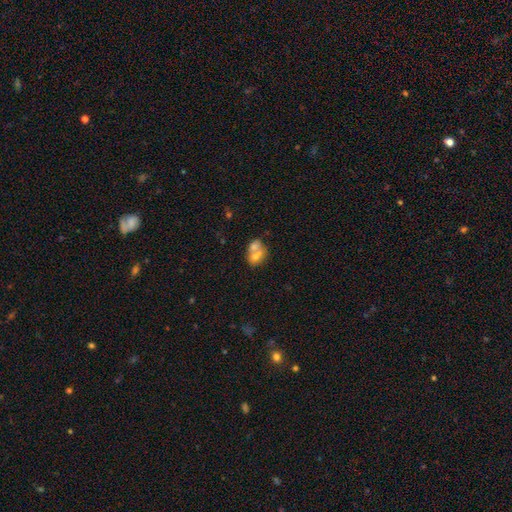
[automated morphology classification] smooth-or-featured: smooth: 61% | featured or disk: 29% | star or artifact: 10%
  how-rounded: in between: 52% | round: 46% | cigar-shaped: 1%
  merging: merger: 67% | none: 22% | minor disturbance: 7% | major disturbance: 4%